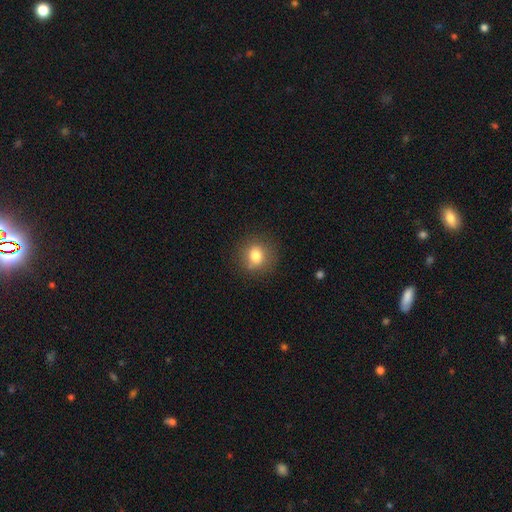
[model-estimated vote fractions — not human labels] Morphology: type=smooth (79%); roundness=round (83%); merging=none (82%).